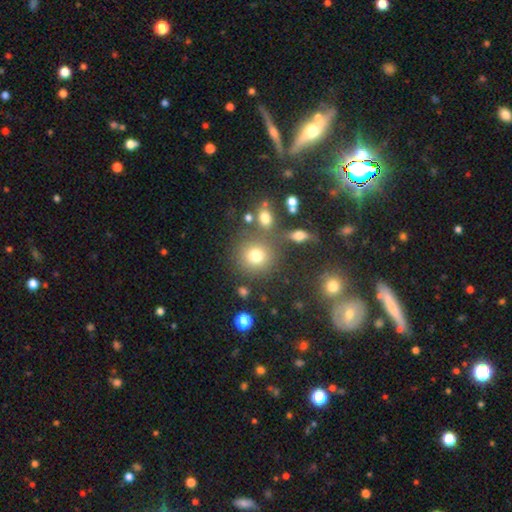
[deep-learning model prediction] Smooth or featured: smooth — 75% (star or artifact — 15%)
How rounded: round — 87% (in between — 12%)
Merging: none — 70% (merger — 15%)